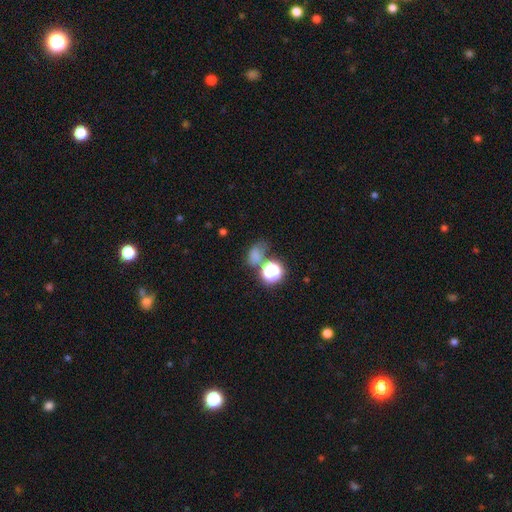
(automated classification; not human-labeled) Smooth or featured? Predicted: smooth (p=0.65). How rounded? Predicted: in between (p=0.56). Merging? Predicted: none (p=0.46).